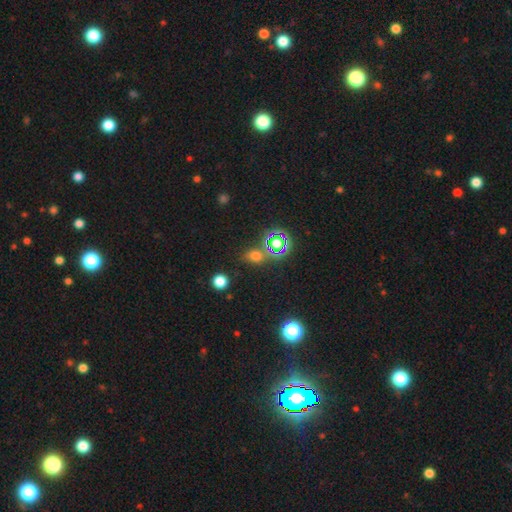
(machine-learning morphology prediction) smooth-or-featured: smooth: 56% | star or artifact: 36% | featured or disk: 7%
  how-rounded: round: 49% | in between: 48% | cigar-shaped: 3%
  merging: none: 74% | minor disturbance: 11% | merger: 10% | major disturbance: 5%